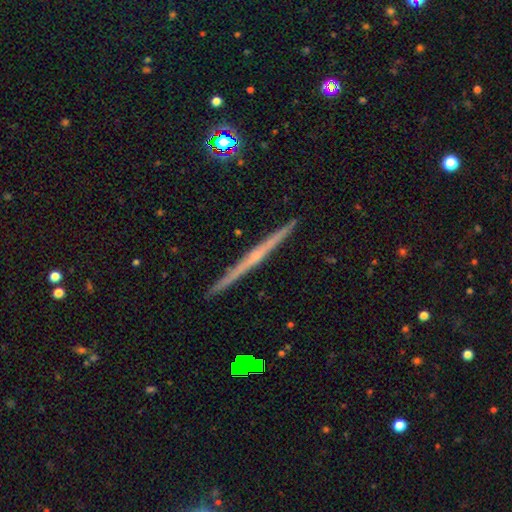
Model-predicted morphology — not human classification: A featured or disk galaxy (71%) viewed edge-on (98%) with no central bulge (61%). Merging: none (92%).